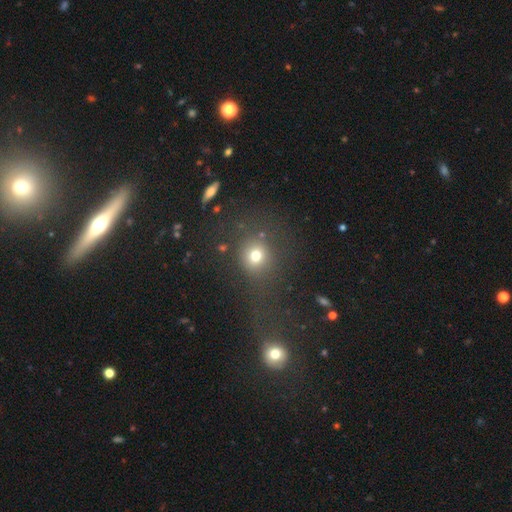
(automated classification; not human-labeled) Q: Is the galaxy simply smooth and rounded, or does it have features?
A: smooth — 73%.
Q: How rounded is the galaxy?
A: round — 82%.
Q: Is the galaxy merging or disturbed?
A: none — 68%.